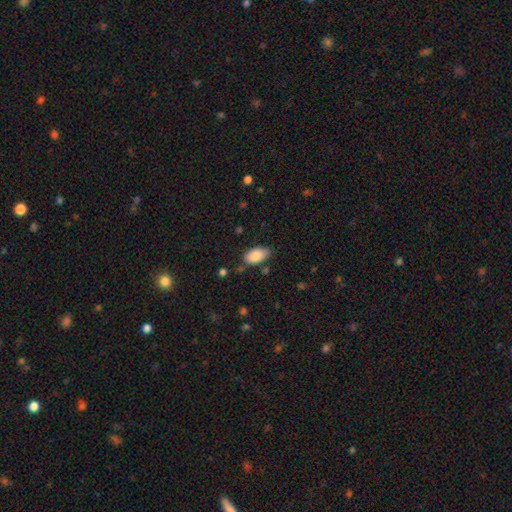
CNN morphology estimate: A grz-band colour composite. It shows a smooth galaxy with no disk features (86%) that is in between round and cigar-shaped (94%). Merging: none (74%).